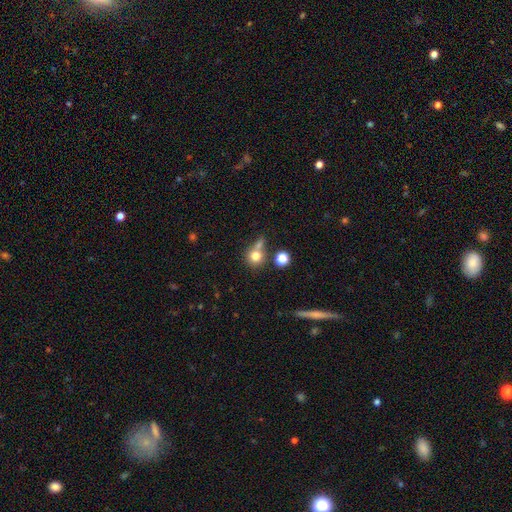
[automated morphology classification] Overall: smooth (76%). How rounded: round (87%). Merging: none (52%; merger 32%).